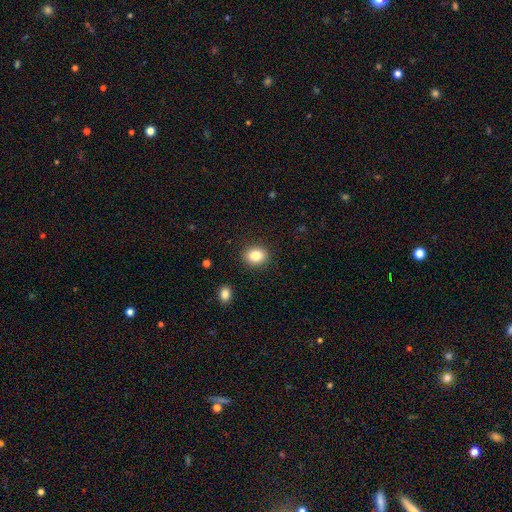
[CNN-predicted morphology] A smooth galaxy with no disk features (84%) that is round (54%).

Vote fractions:
- Smooth or featured? smooth: 84% / star or artifact: 9% / featured or disk: 7%
- How rounded? round: 54% / in between: 45% / cigar-shaped: 1%
- Merging? none: 89% / minor disturbance: 7% / major disturbance: 2% / merger: 1%